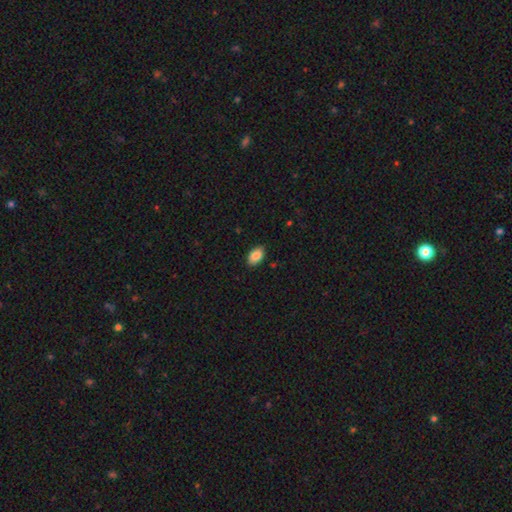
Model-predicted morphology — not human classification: Smooth or featured: smooth — 86% (star or artifact — 7%)
How rounded: in between — 93% (round — 5%)
Merging: none — 88% (minor disturbance — 10%)